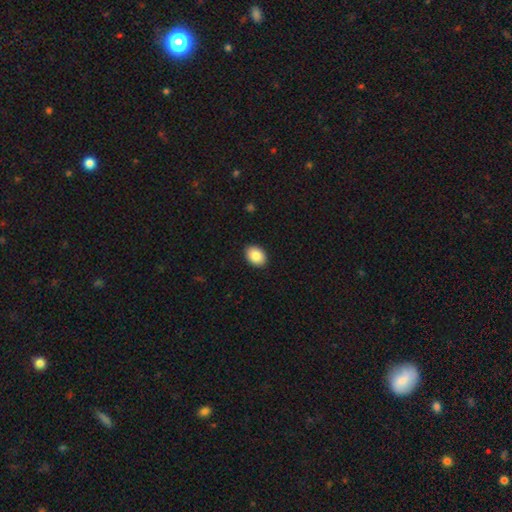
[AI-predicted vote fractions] Morphology: type=smooth (88%); roundness=in between (77%); merging=none (91%).